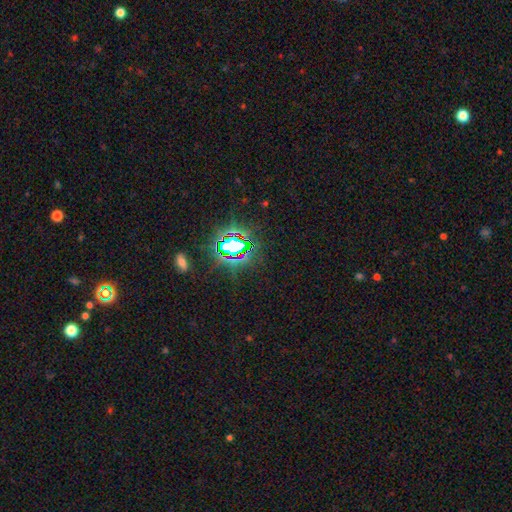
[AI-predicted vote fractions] Morphology: type=star or artifact (79%).